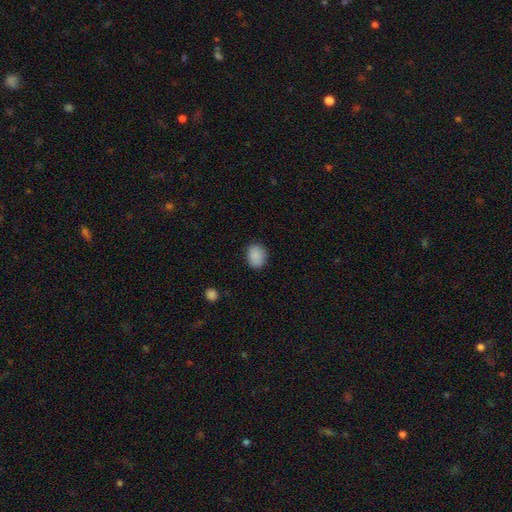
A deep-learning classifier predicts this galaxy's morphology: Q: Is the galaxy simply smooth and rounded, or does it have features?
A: smooth — 88%.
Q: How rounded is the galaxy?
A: round — 58%.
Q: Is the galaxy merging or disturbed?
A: none — 84%.